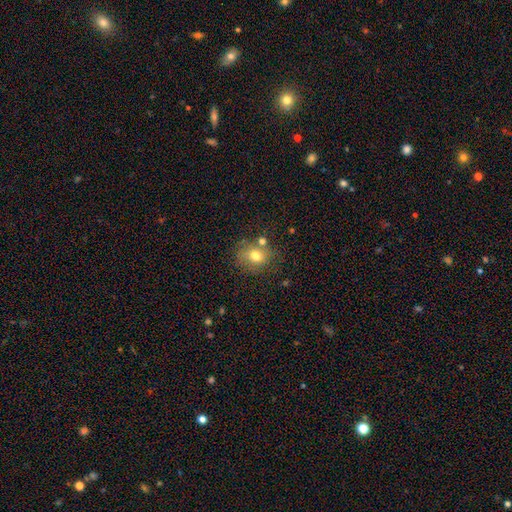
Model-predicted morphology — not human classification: A smooth galaxy with no disk features (74%) that is round (66%).

Vote fractions:
- Smooth or featured? smooth: 74% / featured or disk: 14% / star or artifact: 12%
- How rounded? round: 66% / in between: 33% / cigar-shaped: 1%
- Merging? none: 66% / minor disturbance: 16% / merger: 13% / major disturbance: 6%